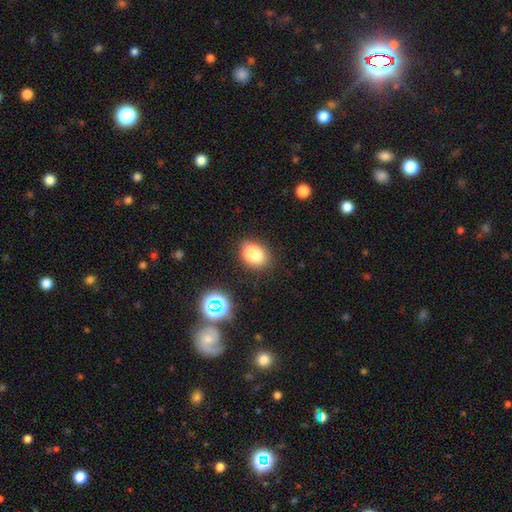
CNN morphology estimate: The model was most divided on "how rounded": in between: 62%, round: 37%, cigar-shaped: 1%. More confident: smooth or featured — smooth (75%); merging — none (62%).